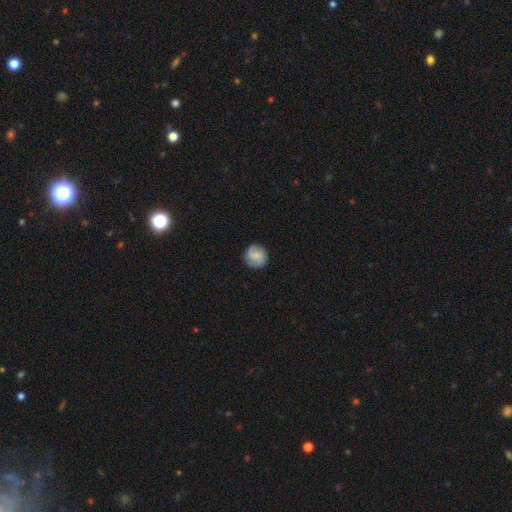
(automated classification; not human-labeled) Q: Smooth or featured?
A: smooth (57%); runner-up: featured or disk (35%)
Q: How rounded?
A: round (90%); runner-up: in between (9%)
Q: Merging?
A: none (84%); runner-up: minor disturbance (12%)